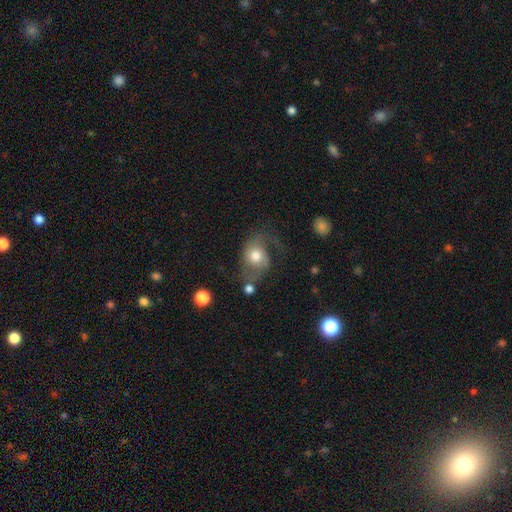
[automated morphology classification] Smooth or featured? Predicted: featured or disk (p=0.55). Edge-on disk? Predicted: no (p=0.97). Bar? Predicted: no (p=0.73). Spiral arms? Predicted: yes (p=0.84). Bulge size? Predicted: moderate (p=0.65). Merging? Predicted: none (p=0.38).